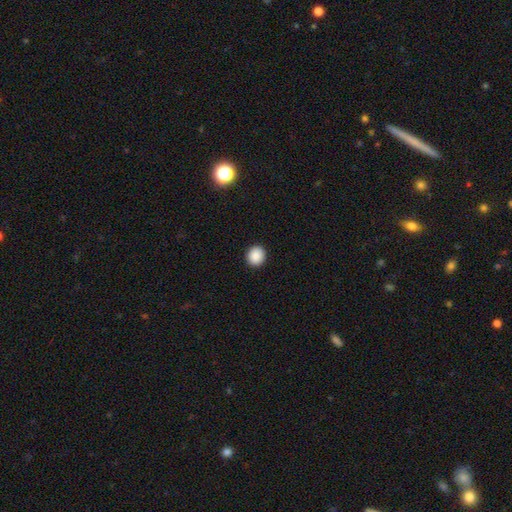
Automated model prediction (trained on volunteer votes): This is clearly a smooth galaxy (89%). How rounded: clearly round (88%). Merging: clearly none (93%).